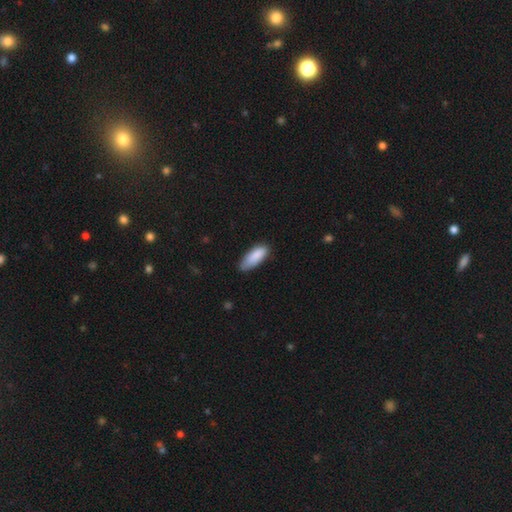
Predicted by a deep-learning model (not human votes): Smooth or featured? Predicted: smooth (p=0.88). How rounded? Predicted: in between (p=0.73). Merging? Predicted: none (p=0.68).